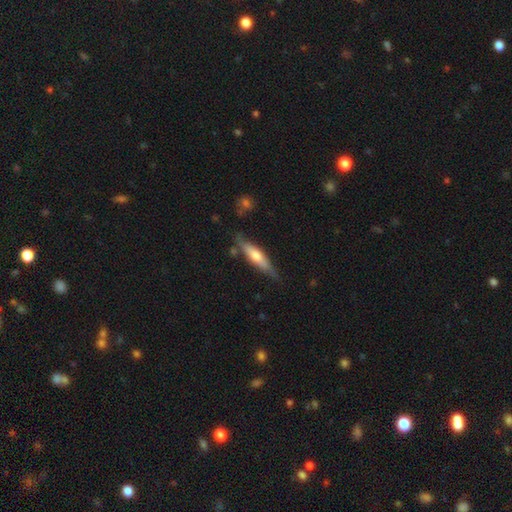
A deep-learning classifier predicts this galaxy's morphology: A featured or disk galaxy (47%, tied with smooth).

Vote fractions:
- Smooth or featured? featured or disk: 47% (tied) / smooth: 47% (tied) / star or artifact: 5%
- Merging? none: 74% / minor disturbance: 19% / merger: 4% / major disturbance: 4%